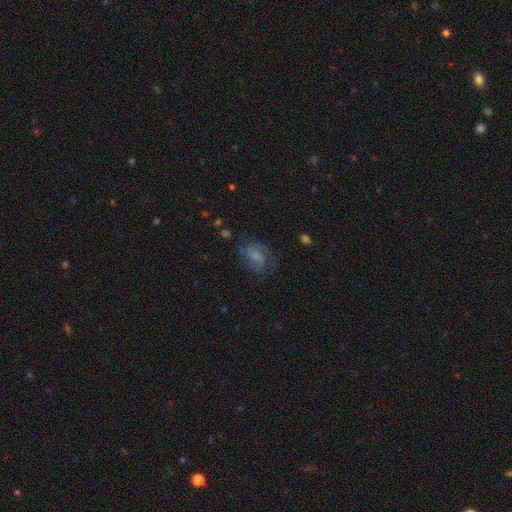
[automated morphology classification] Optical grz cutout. It shows a featured or disk galaxy (46%). Merging: none (57%).